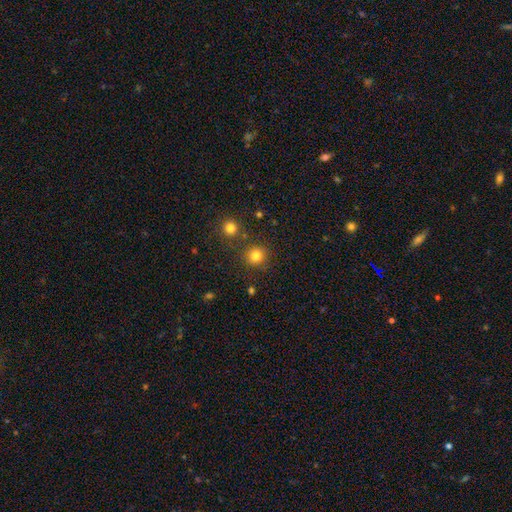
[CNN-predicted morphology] A smooth galaxy with no disk features (81%) that is round (91%). Merging: none (83%).